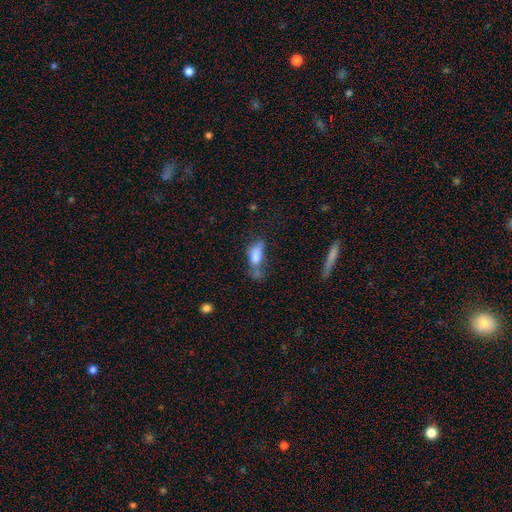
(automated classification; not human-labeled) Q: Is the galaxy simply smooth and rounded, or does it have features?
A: smooth — 72%.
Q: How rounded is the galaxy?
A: in between — 77%.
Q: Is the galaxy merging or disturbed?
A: none — 32%.